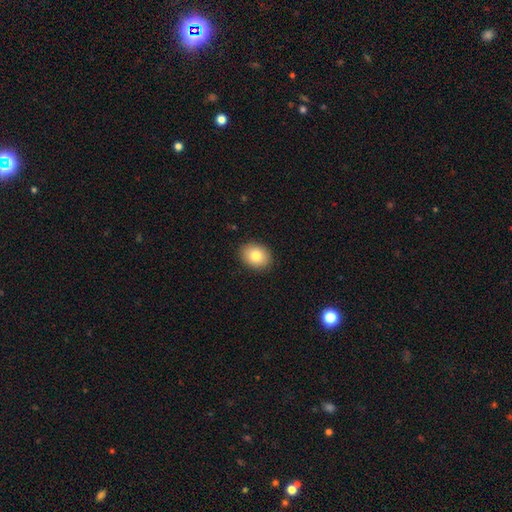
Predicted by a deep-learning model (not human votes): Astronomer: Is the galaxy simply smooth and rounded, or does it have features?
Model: smooth — 79%.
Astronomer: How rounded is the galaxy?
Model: in between — 56% (runner-up: round, 43%).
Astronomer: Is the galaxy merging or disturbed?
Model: none — 90%.